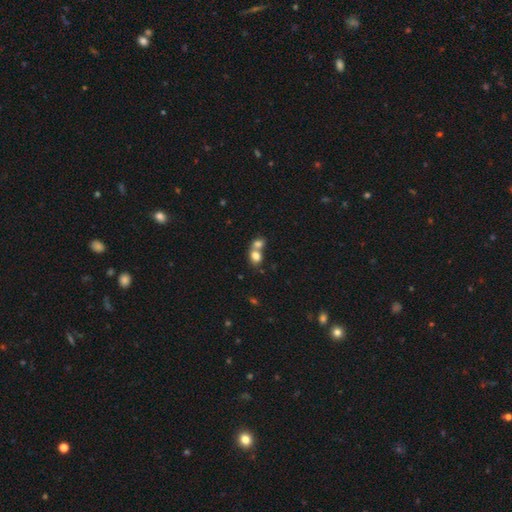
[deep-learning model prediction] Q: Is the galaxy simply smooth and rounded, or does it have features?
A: smooth — 78%.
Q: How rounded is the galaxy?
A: in between — 52%.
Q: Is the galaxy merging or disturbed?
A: merger — 66%.